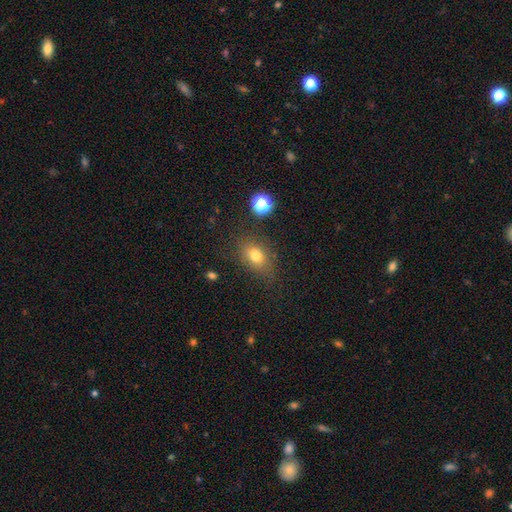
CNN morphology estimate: smooth_or_featured: smooth (p=0.74) [alt: star or artifact p=0.14]
how_rounded: in between (p=0.68) [alt: round p=0.30]
merging: none (p=0.76) [alt: minor disturbance p=0.16]